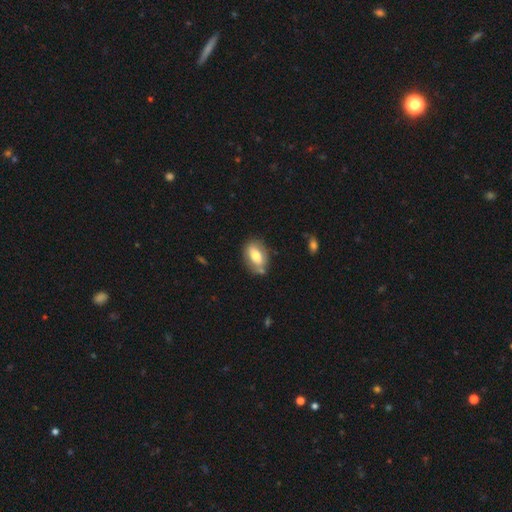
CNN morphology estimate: Overall: smooth (66%; featured or disk 27%). How rounded: in between (87%). Merging: none (69%).